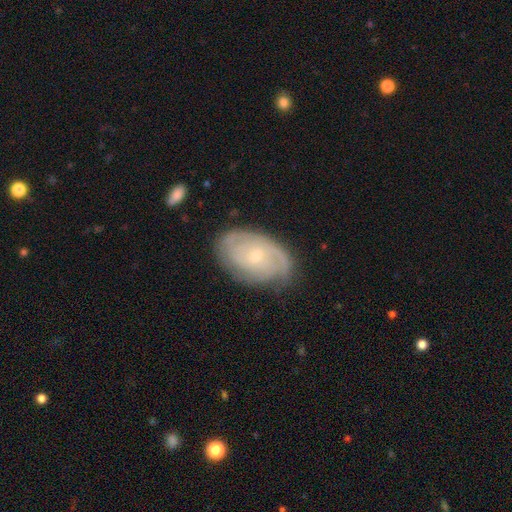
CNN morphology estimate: Smooth or featured: featured or disk — 76% (smooth — 18%)
Edge-on disk: no — 96% (yes — 4%)
Bar: no — 75% (weak — 22%)
Spiral arms: yes — 90% (no — 10%)
Spiral winding: tight — 61% (medium — 29%)
Spiral arm count: can't tell — 40% (2 — 29%)
Bulge size: small — 66% (moderate — 31%)
Merging: none — 74% (minor disturbance — 19%)